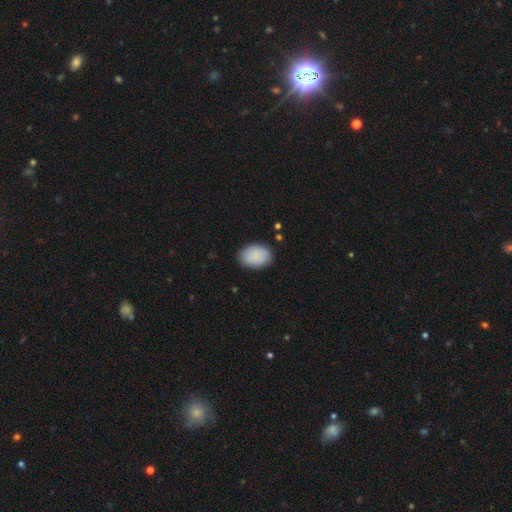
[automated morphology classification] Smooth or featured?
  - smooth: 87% *
  - featured or disk: 7%
  - star or artifact: 6%
How rounded?
  - in between: 79% *
  - round: 20%
  - cigar-shaped: 1%
Merging?
  - none: 85% *
  - minor disturbance: 11%
  - major disturbance: 3%
  - merger: 1%